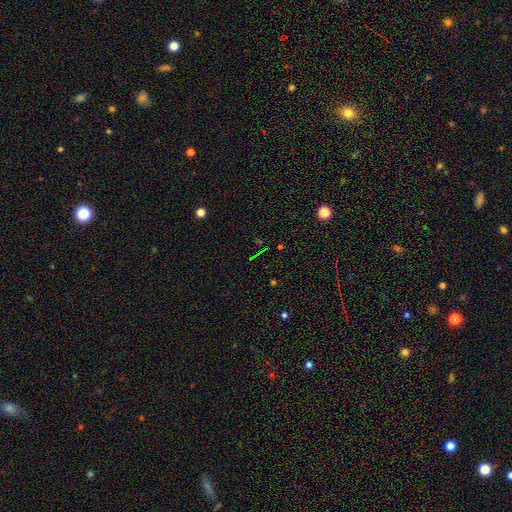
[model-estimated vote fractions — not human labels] Smooth or featured? Predicted: star or artifact (p=0.71).